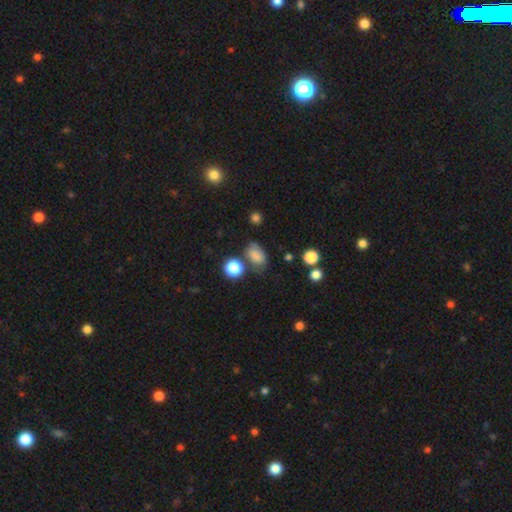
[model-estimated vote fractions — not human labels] Q: Smooth or featured?
A: smooth (79%); runner-up: star or artifact (12%)
Q: How rounded?
A: in between (80%); runner-up: round (18%)
Q: Merging?
A: none (56%); runner-up: minor disturbance (25%)